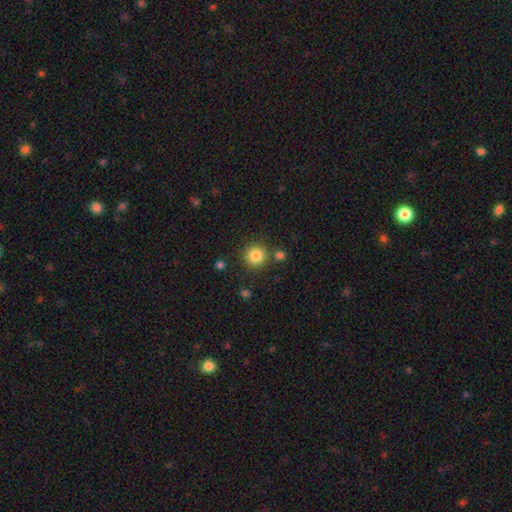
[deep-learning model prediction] A smooth galaxy with no disk features (84%) that is round (93%).

Vote fractions:
- Smooth or featured? smooth: 84% / star or artifact: 11% / featured or disk: 5%
- How rounded? round: 93% / in between: 6% / cigar-shaped: 1%
- Merging? none: 83% / minor disturbance: 8% / merger: 7% / major disturbance: 3%